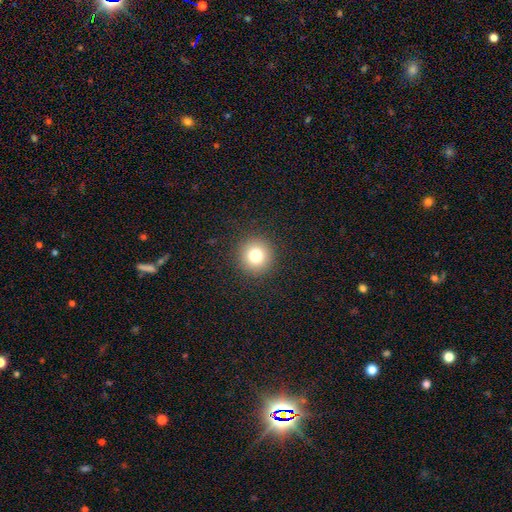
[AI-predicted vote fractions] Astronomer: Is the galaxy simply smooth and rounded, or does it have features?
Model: smooth — 78%.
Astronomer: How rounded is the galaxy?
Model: round — 95%.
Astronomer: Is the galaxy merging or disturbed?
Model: none — 92%.